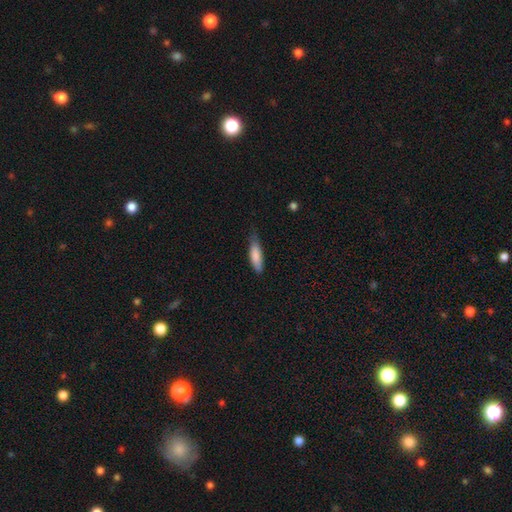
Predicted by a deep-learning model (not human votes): Morphology: type=smooth (84%); roundness=cigar-shaped (54%); merging=none (63%).